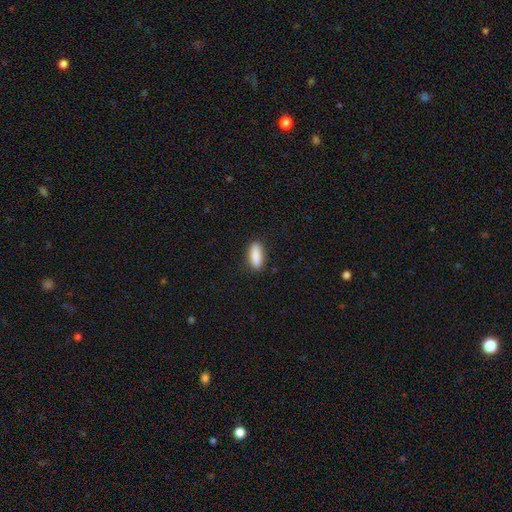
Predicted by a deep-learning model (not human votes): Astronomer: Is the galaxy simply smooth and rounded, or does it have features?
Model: smooth — 87%.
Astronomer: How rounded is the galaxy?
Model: in between — 58% (runner-up: cigar-shaped, 39%).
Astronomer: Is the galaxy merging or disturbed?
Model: none — 86%.